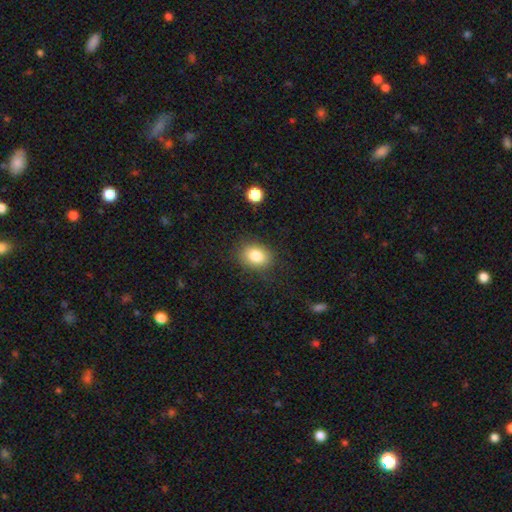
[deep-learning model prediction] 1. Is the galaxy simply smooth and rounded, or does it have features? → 83% smooth, 10% star or artifact, 8% featured or disk.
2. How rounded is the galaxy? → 57% in between, 42% round, 1% cigar-shaped.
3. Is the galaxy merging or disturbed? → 83% none, 12% minor disturbance, 4% major disturbance, 1% merger.